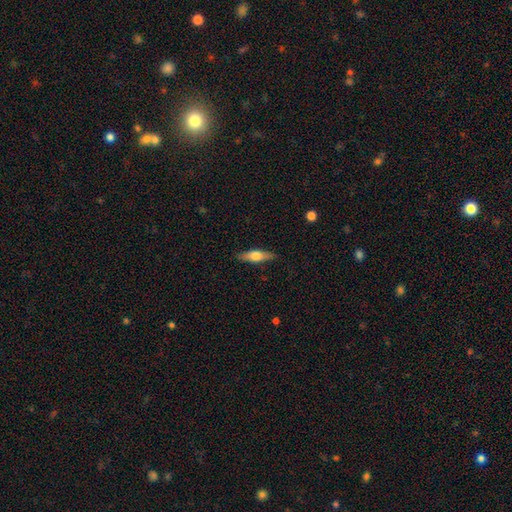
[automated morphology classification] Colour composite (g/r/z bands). It shows a smooth galaxy with no disk features (51%) that is cigar-shaped (60%). Merging: none (88%).